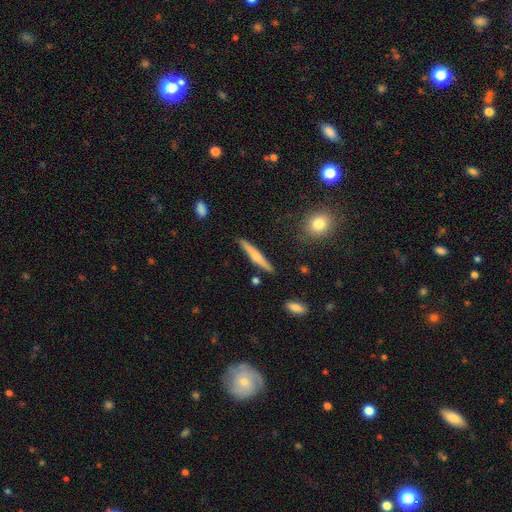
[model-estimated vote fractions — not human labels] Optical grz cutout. It shows a smooth galaxy with no disk features (49%). Merging: none (87%).